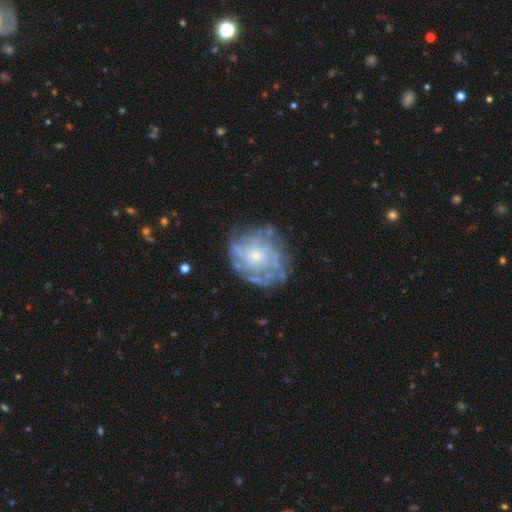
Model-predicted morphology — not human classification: A featured or disk galaxy (77%) with no bar (85%), tight (64%) spiral arms (76%) and a small central bulge (70%). Merging: none (70%).